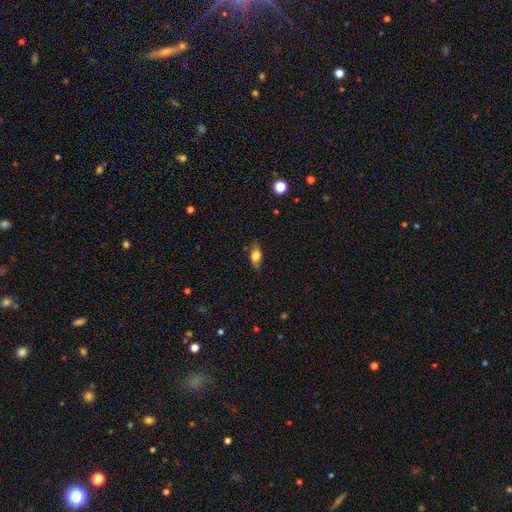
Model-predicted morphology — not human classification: A smooth galaxy with no disk features (76%) that is in between round and cigar-shaped (81%). Merging: none (78%).